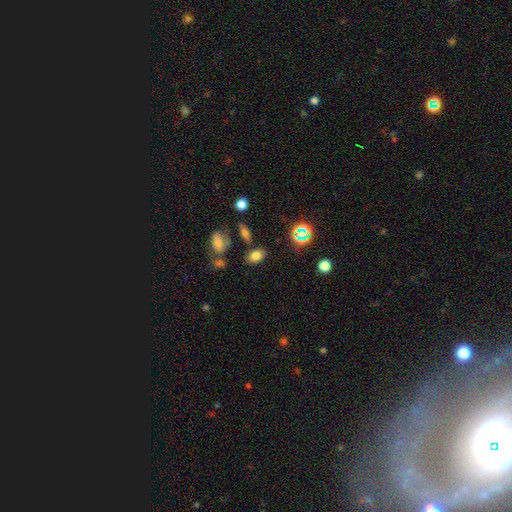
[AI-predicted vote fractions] Q: Smooth or featured?
A: smooth (75%); runner-up: star or artifact (16%)
Q: How rounded?
A: in between (86%); runner-up: round (12%)
Q: Merging?
A: none (79%); runner-up: minor disturbance (11%)